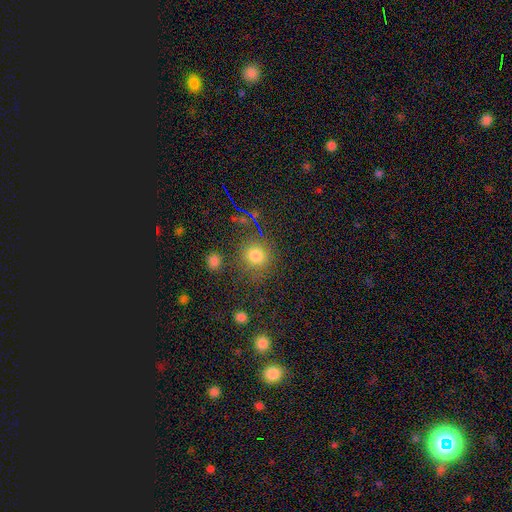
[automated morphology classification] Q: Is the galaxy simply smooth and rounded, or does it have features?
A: smooth — 73%.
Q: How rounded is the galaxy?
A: round — 89%.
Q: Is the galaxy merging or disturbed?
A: none — 80%.